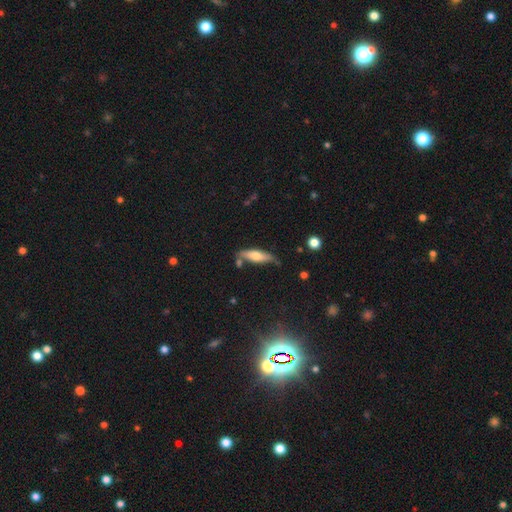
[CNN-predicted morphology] smooth_or_featured: smooth (p=0.55) [alt: featured or disk p=0.38]
how_rounded: cigar-shaped (p=0.61) [alt: in between p=0.37]
merging: none (p=0.67) [alt: minor disturbance p=0.20]